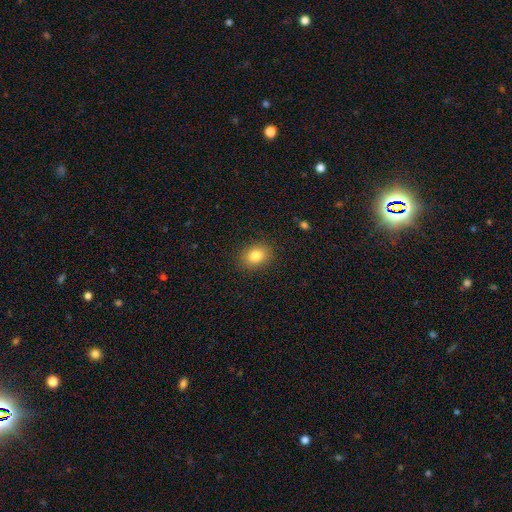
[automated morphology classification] This is clearly a smooth galaxy (83%). How rounded: likely in between (61%). Merging: clearly none (88%).